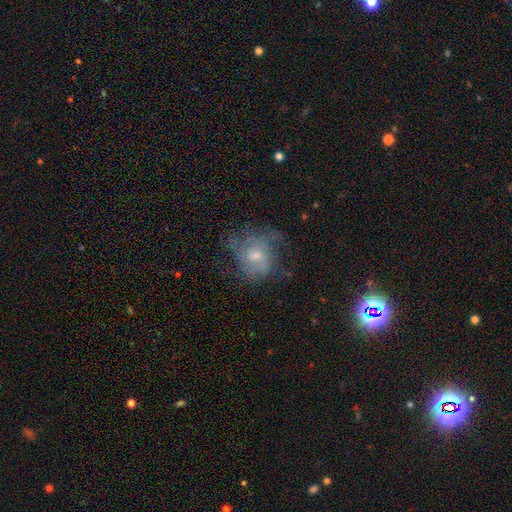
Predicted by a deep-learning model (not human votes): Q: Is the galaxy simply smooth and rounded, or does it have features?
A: featured or disk — 52%.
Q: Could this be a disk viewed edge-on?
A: no — 97%.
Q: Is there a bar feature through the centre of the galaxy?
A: no — 70%.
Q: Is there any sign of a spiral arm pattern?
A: yes — 64%.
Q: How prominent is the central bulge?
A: moderate — 51%.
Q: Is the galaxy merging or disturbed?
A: none — 53%.